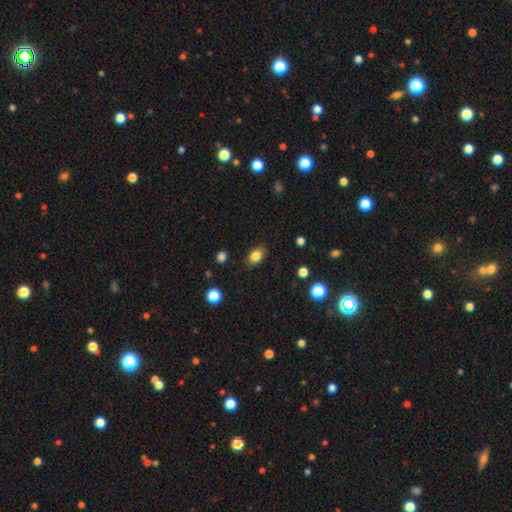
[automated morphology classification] The model was most divided on "how rounded": in between: 70%, round: 29%, cigar-shaped: 1%. More confident: merging — none (84%); smooth or featured — smooth (84%).